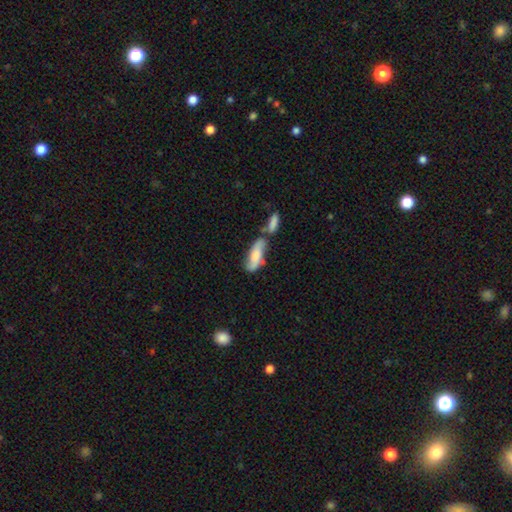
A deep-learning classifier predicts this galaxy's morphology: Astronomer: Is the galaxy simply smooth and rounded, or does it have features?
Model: smooth — 65%.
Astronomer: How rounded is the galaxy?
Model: in between — 63%.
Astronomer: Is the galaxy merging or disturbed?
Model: none — 39% (runner-up: merger, 36%).